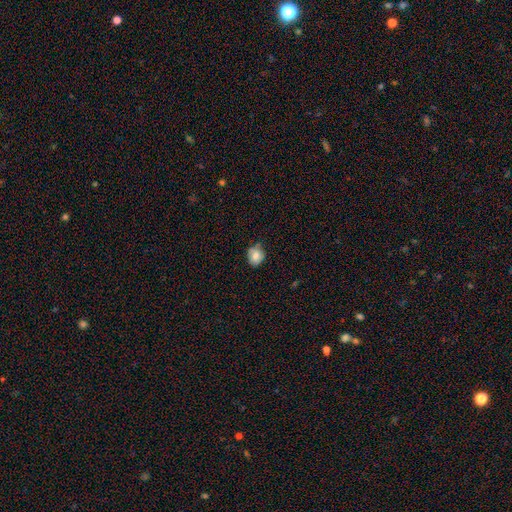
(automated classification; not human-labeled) Smooth or featured?
  - smooth: 77% *
  - featured or disk: 14%
  - star or artifact: 9%
How rounded?
  - round: 69% *
  - in between: 30%
  - cigar-shaped: 1%
Merging?
  - none: 69% *
  - minor disturbance: 24%
  - major disturbance: 4%
  - merger: 2%